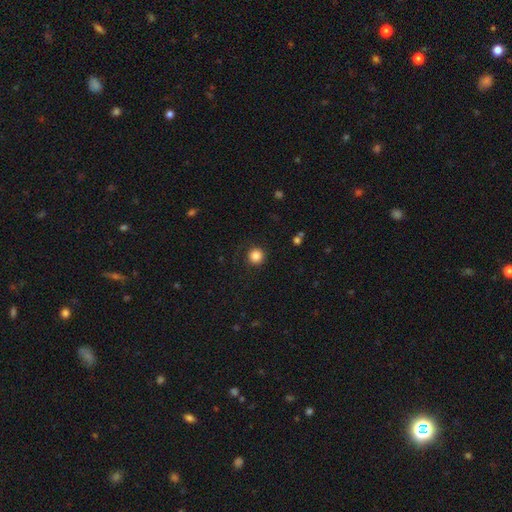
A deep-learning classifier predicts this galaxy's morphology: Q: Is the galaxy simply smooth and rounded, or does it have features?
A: smooth — 86%.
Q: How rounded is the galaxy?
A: round — 96%.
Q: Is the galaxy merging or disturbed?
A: none — 90%.